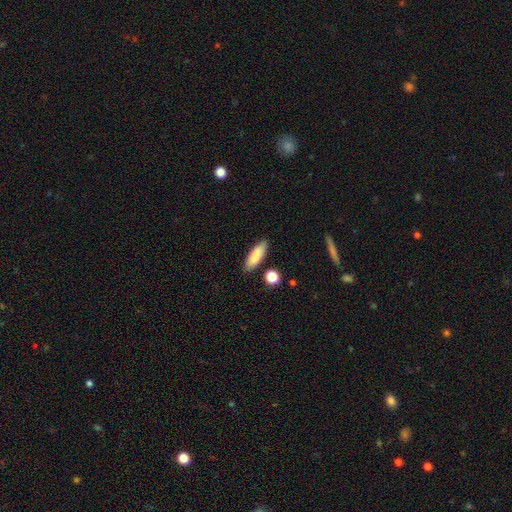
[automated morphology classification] Overall: smooth (85%). How rounded: in between (50%; cigar-shaped 48%). Merging: none (84%).